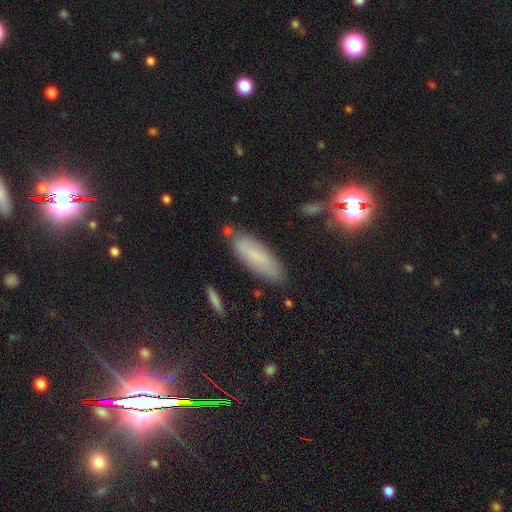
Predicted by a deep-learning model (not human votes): Smooth or featured? smooth (72%)
How rounded? in between (56%)
Merging? none (79%)